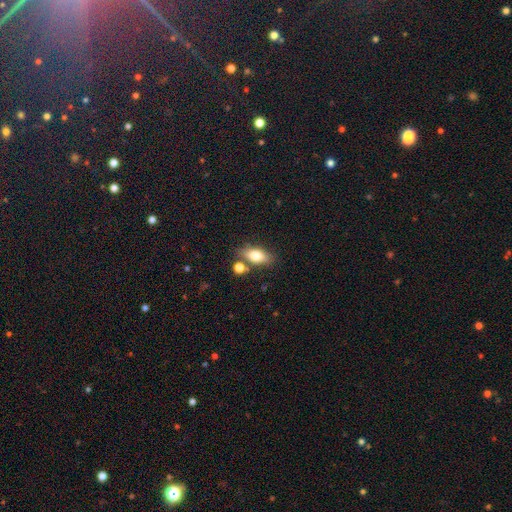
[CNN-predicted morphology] This appears to be a smooth galaxy with no disk features (74%) that is in between round and cigar-shaped (80%). Merging: none (71%).